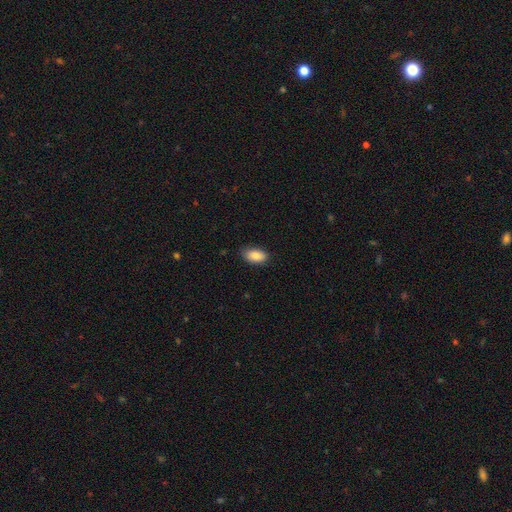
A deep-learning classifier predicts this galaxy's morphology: smooth 87%, star or artifact 7%, featured or disk 6%. Down the decision tree: how rounded — in between (93%); merging — none (82%).